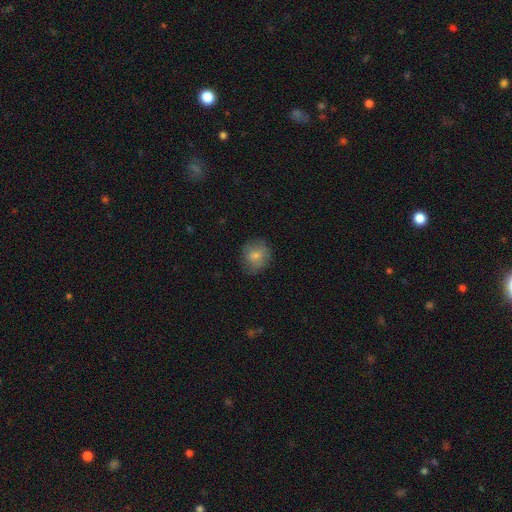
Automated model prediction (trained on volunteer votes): This appears to be a smooth galaxy with no disk features (78%) that is round (78%). Merging: none (75%).